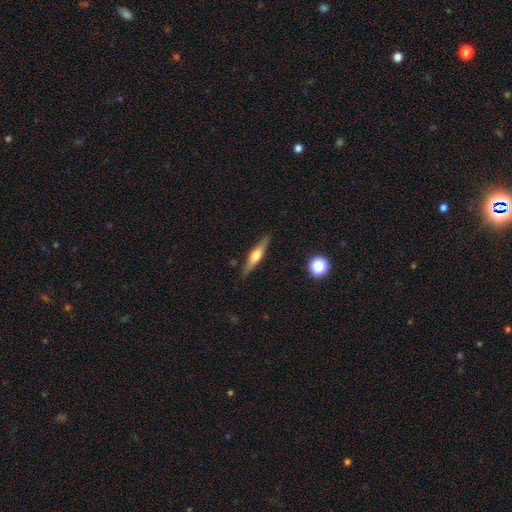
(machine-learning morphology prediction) This appears to be a featured or disk galaxy (60%) viewed edge-on (95%) with a rounded central bulge (90%). Merging: none (88%).